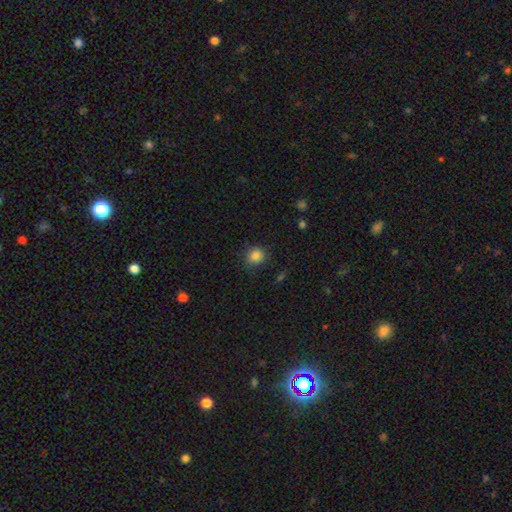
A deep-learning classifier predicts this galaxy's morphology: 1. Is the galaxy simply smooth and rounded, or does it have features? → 85% smooth, 11% star or artifact, 4% featured or disk.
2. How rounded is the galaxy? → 83% round, 16% in between, 1% cigar-shaped.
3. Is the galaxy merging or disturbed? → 80% none, 15% minor disturbance, 4% major disturbance, 1% merger.